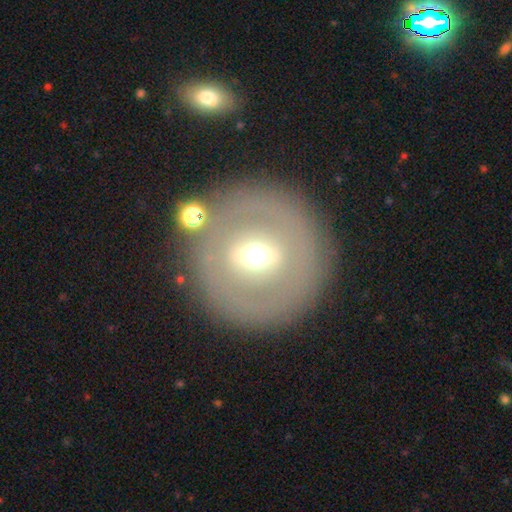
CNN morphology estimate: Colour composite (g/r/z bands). It shows a featured or disk galaxy (55%). Merging: none (81%).